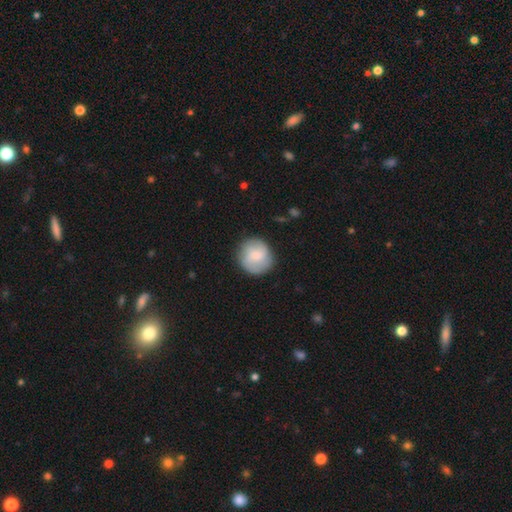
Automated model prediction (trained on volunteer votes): Morphology: type=smooth (64%); roundness=round (90%); merging=none (83%).